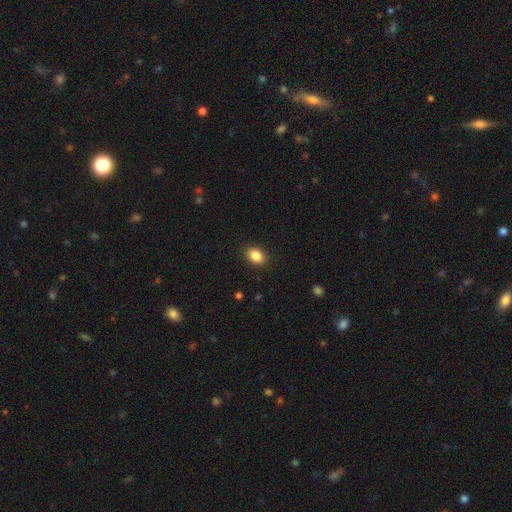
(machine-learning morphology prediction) smooth_or_featured: smooth (p=0.88) [alt: star or artifact p=0.08]
how_rounded: in between (p=0.79) [alt: round p=0.20]
merging: none (p=0.89) [alt: minor disturbance p=0.08]